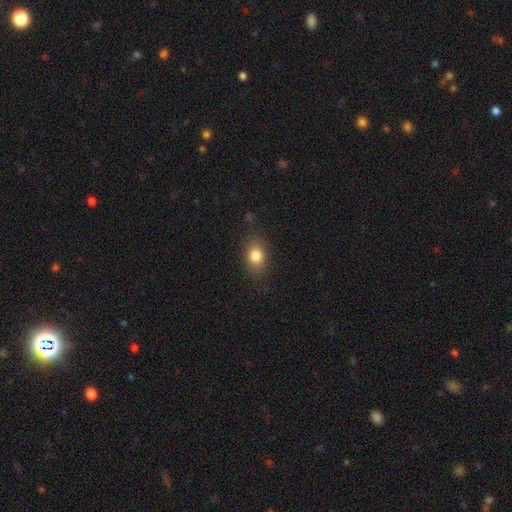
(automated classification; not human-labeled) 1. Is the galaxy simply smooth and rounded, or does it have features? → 82% smooth, 10% star or artifact, 8% featured or disk.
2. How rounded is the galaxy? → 69% in between, 30% round, 2% cigar-shaped.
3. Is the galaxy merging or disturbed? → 81% none, 13% minor disturbance, 4% major disturbance, 1% merger.